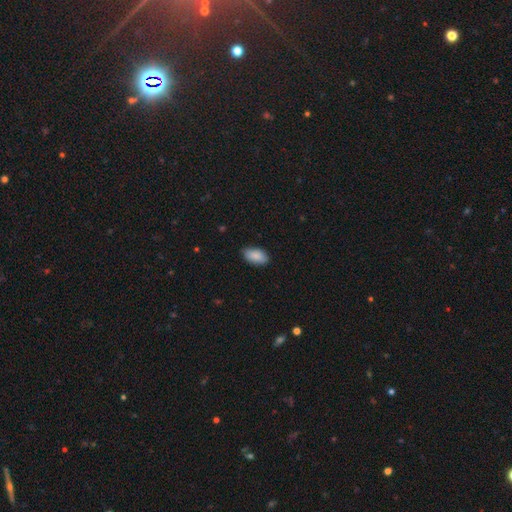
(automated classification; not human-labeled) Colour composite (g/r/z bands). It shows a smooth galaxy with no disk features (89%) that is in between round and cigar-shaped (94%). Merging: none (82%).